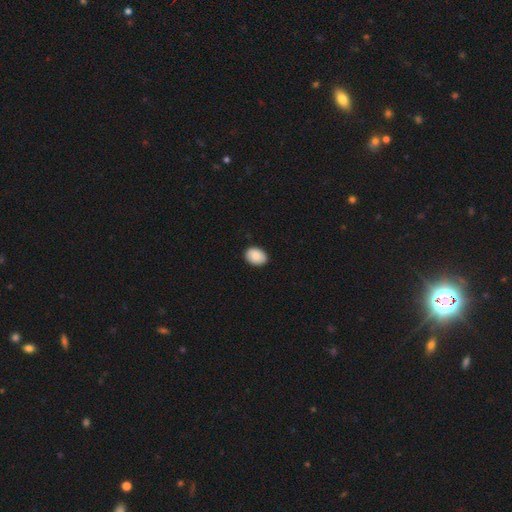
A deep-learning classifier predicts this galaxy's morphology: This is clearly a smooth galaxy (89%). How rounded: likely in between (78%). Merging: clearly none (89%).